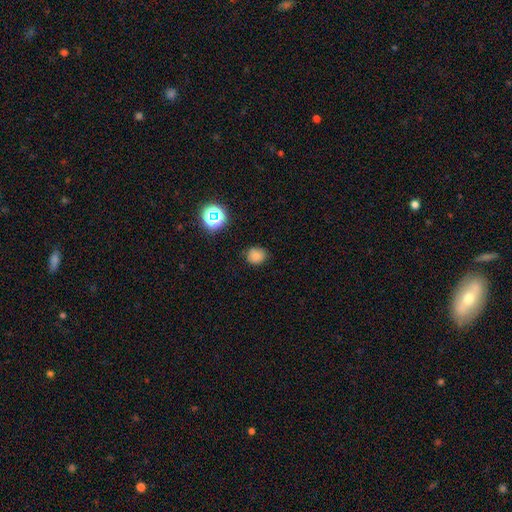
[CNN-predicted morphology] This appears to be a smooth galaxy with no disk features (79%) that is round (81%). Merging: none (83%).